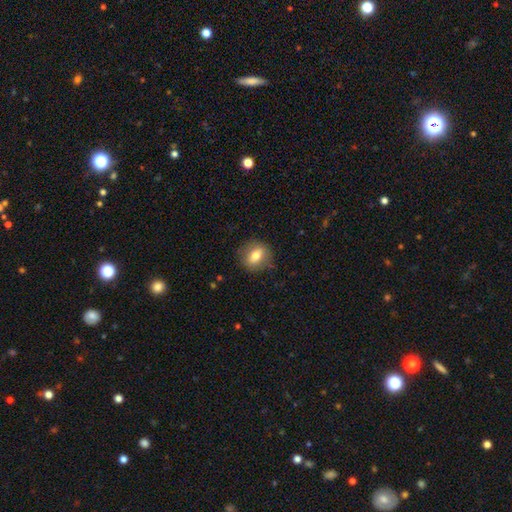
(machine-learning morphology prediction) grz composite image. It shows a smooth galaxy with no disk features (73%) that is round (57%). Merging: none (84%).